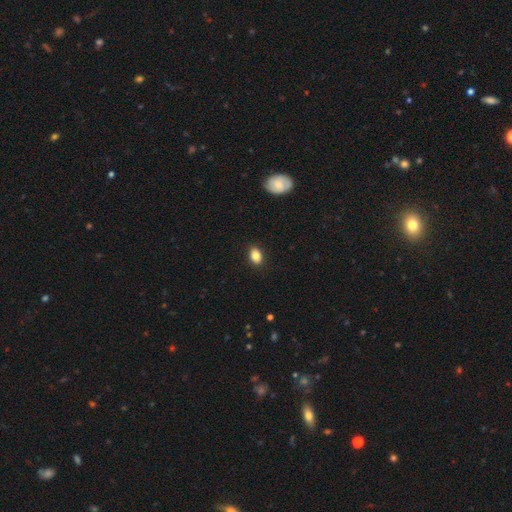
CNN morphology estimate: type=smooth (86%); roundness=in between (79%); merging=none (88%).